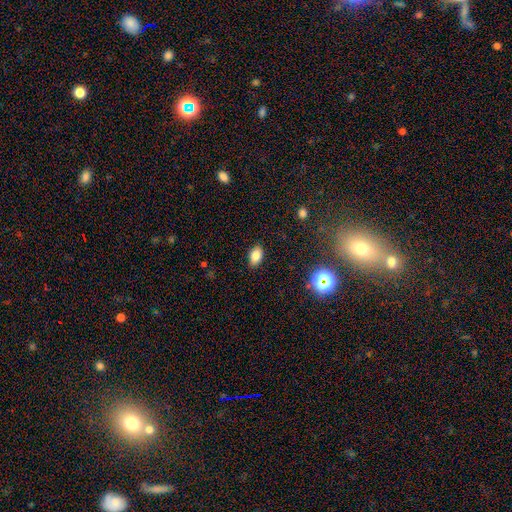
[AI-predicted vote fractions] smooth-or-featured: smooth: 81% | star or artifact: 11% | featured or disk: 7%
  how-rounded: in between: 88% | round: 10% | cigar-shaped: 2%
  merging: none: 87% | minor disturbance: 10% | major disturbance: 2% | merger: 1%